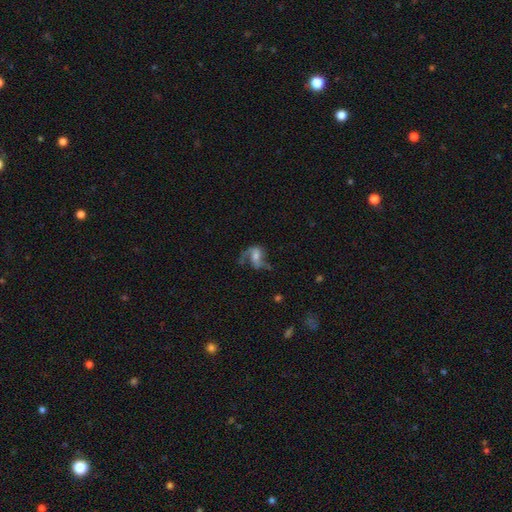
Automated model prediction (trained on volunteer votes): Q: Smooth or featured?
A: featured or disk (63%); runner-up: smooth (27%)
Q: Edge-on disk?
A: no (97%); runner-up: yes (3%)
Q: Bar?
A: no (51%); runner-up: weak (35%)
Q: Spiral arms?
A: yes (77%); runner-up: no (23%)
Q: Bulge size?
A: moderate (47%); runner-up: small (33%)
Q: Merging?
A: major disturbance (39%); runner-up: none (36%)